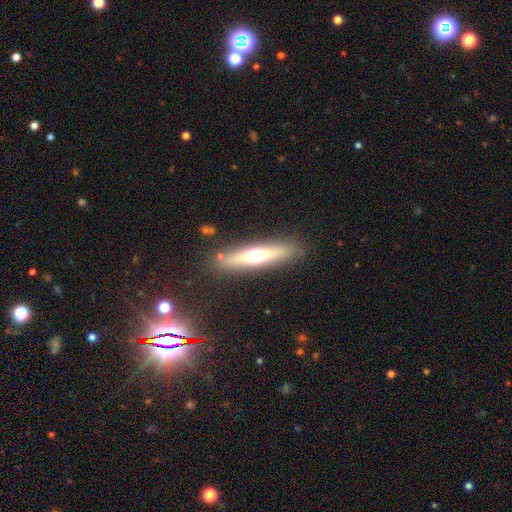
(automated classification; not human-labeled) smooth-or-featured: featured or disk: 48% | smooth: 45% | star or artifact: 7%
  merging: none: 86% | minor disturbance: 9% | major disturbance: 3% | merger: 2%